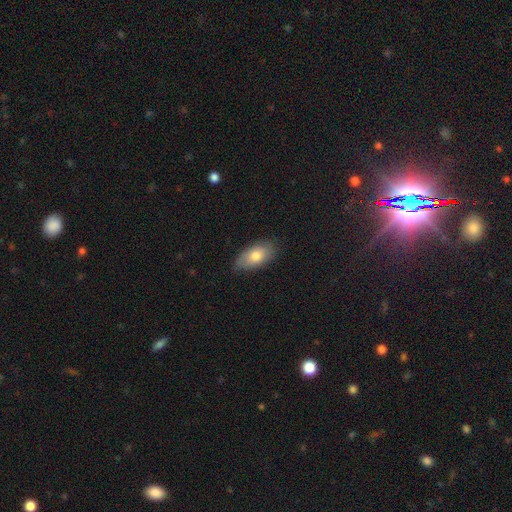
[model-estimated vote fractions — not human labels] Q: Smooth or featured?
A: smooth (76%); runner-up: featured or disk (17%)
Q: How rounded?
A: in between (91%); runner-up: cigar-shaped (5%)
Q: Merging?
A: none (80%); runner-up: minor disturbance (17%)